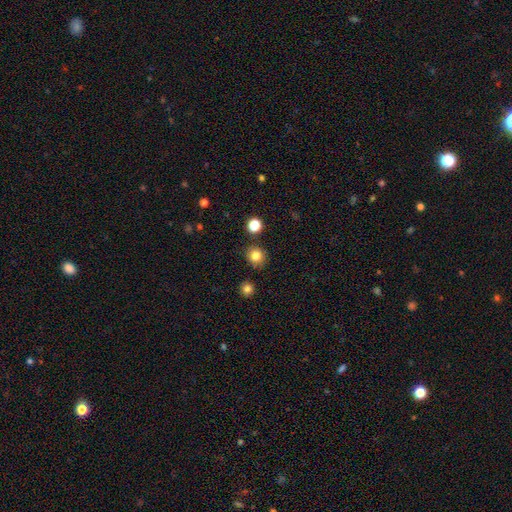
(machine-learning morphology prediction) smooth 82%, star or artifact 13%, featured or disk 6%. Down the decision tree: how rounded — round (89%); merging — none (88%).